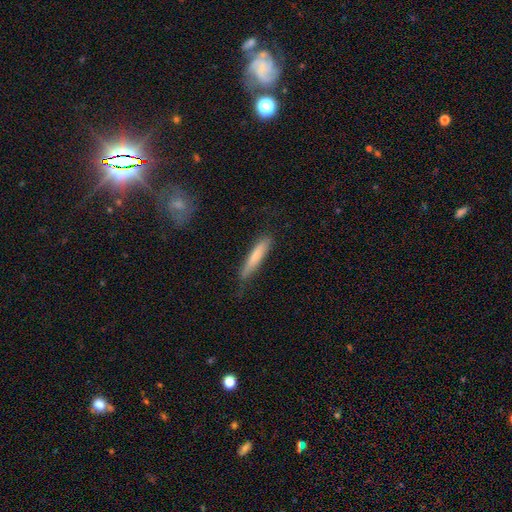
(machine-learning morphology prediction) A smooth galaxy with no disk features (73%) that is cigar-shaped (92%). Merging: none (77%).